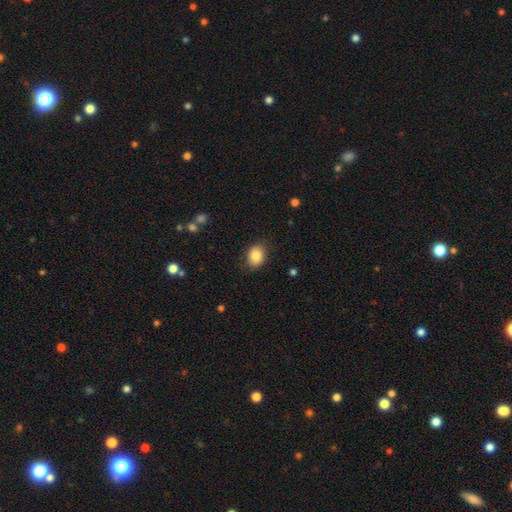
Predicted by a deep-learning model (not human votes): Smooth or featured: smooth — 83% (featured or disk — 9%)
How rounded: in between — 59% (round — 40%)
Merging: none — 84% (minor disturbance — 12%)